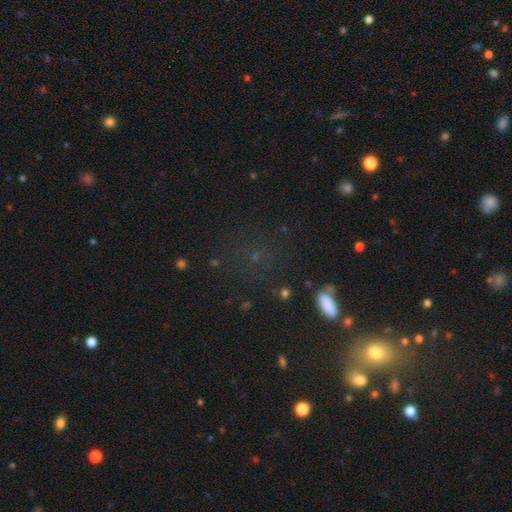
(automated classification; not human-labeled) Smooth or featured?
  - star or artifact: 47% *
  - smooth: 40%
  - featured or disk: 13%